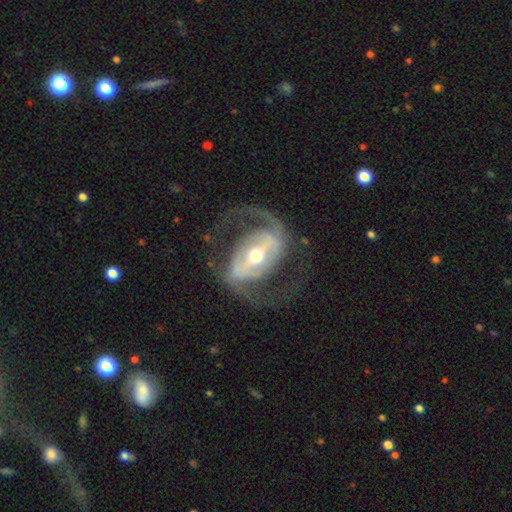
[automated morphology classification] type=featured or disk (90%); edge-on=no (96%); bar=strong (56%); spiral arms=yes (92%); winding=medium (53%); arm count=2 (90%); bulge=moderate (66%); merging=none (71%).